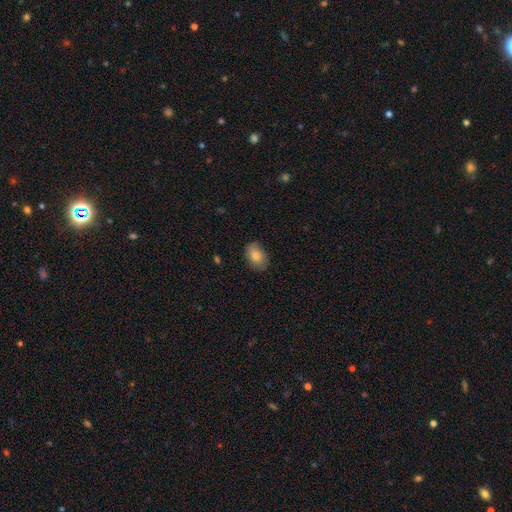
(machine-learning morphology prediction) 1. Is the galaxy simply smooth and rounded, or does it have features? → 82% smooth, 10% featured or disk, 8% star or artifact.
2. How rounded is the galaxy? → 85% in between, 14% round, 1% cigar-shaped.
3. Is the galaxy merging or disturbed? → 82% none, 15% minor disturbance, 3% major disturbance, 1% merger.